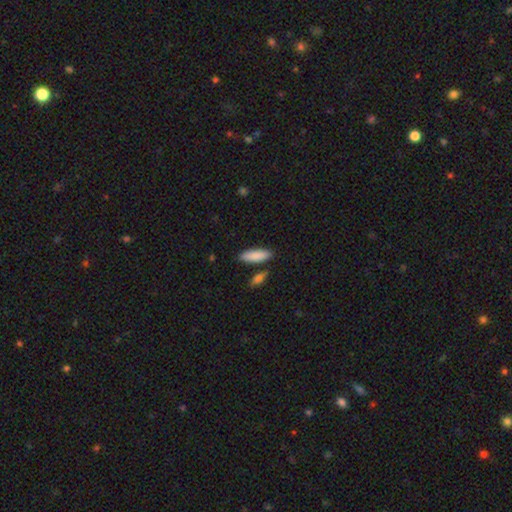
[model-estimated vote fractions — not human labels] Smooth or featured?
  - smooth: 87% *
  - featured or disk: 8%
  - star or artifact: 6%
How rounded?
  - in between: 51% *
  - cigar-shaped: 47%
  - round: 2%
Merging?
  - none: 81% *
  - minor disturbance: 10%
  - merger: 7%
  - major disturbance: 2%